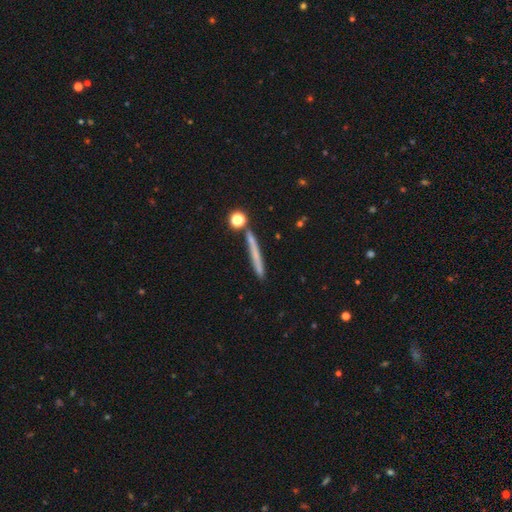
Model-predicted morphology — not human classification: Q: Smooth or featured?
A: smooth (57%); runner-up: featured or disk (33%)
Q: How rounded?
A: cigar-shaped (93%); runner-up: round (4%)
Q: Merging?
A: none (80%); runner-up: minor disturbance (10%)